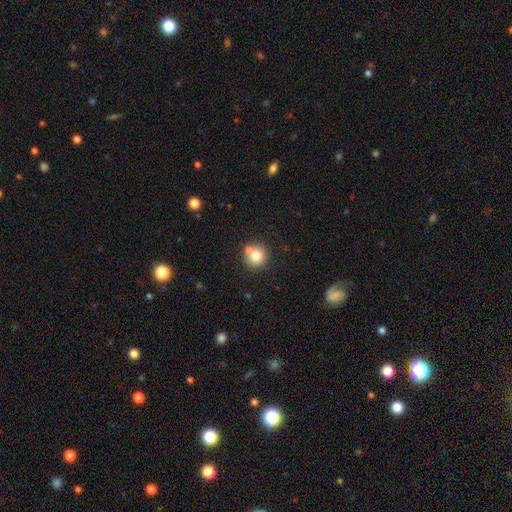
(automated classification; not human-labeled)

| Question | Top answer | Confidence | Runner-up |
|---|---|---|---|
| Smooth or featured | smooth | 77% | featured or disk (13%) |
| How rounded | round | 93% | in between (6%) |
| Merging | none | 68% | merger (20%) |